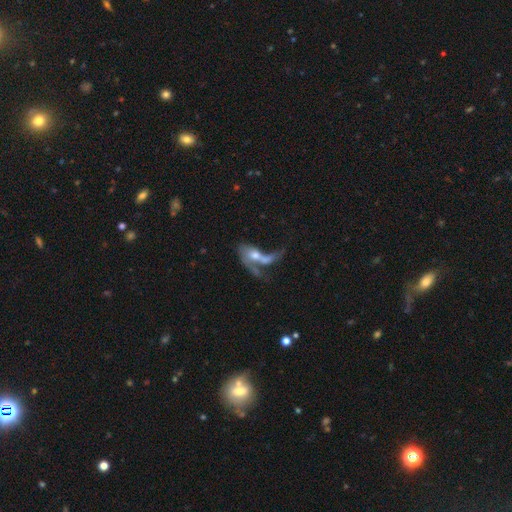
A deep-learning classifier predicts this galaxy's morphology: Smooth or featured?
  - featured or disk: 57% *
  - smooth: 33%
  - star or artifact: 10%
Edge-on disk?
  - no: 89% *
  - yes: 11%
Bar?
  - no: 70% *
  - weak: 22%
  - strong: 7%
Spiral arms?
  - yes: 53% *
  - no: 47%
Bulge size?
  - moderate: 52% *
  - small: 28%
  - none: 9%
  - large: 9%
  - dominant: 2%
Merging?
  - merger: 54% *
  - major disturbance: 25%
  - none: 14%
  - minor disturbance: 8%